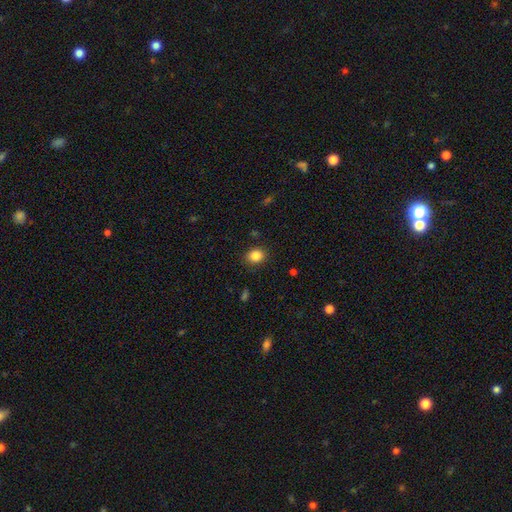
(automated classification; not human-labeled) The model was most divided on "how rounded": round: 62%, in between: 38%, cigar-shaped: 1%. More confident: merging — none (86%); smooth or featured — smooth (85%).